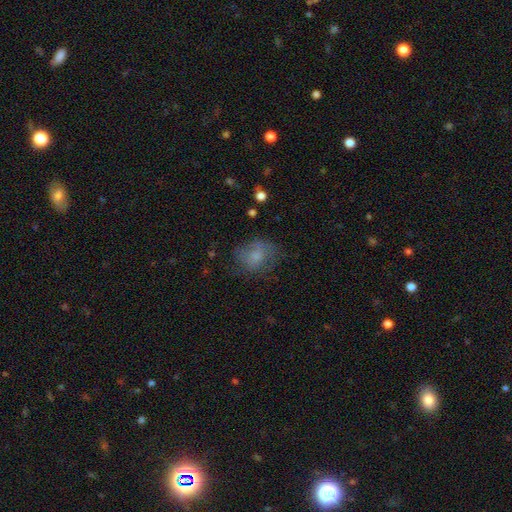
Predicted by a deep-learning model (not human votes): Smooth or featured?
  - smooth: 67% *
  - featured or disk: 22%
  - star or artifact: 11%
How rounded?
  - round: 52% *
  - in between: 47%
  - cigar-shaped: 1%
Merging?
  - none: 55% *
  - minor disturbance: 25%
  - major disturbance: 18%
  - merger: 2%